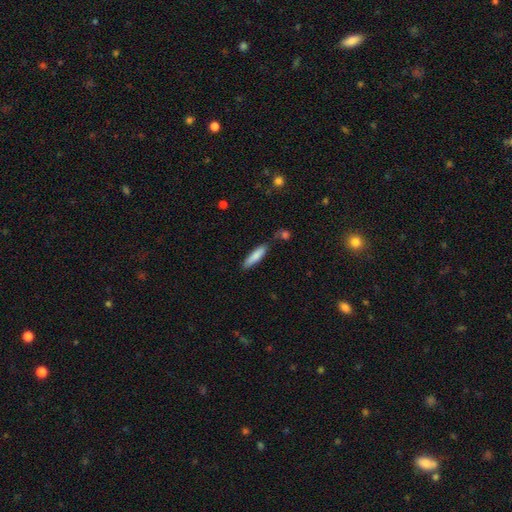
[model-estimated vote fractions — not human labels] Q: Smooth or featured?
A: smooth (81%); runner-up: featured or disk (13%)
Q: How rounded?
A: cigar-shaped (73%); runner-up: in between (25%)
Q: Merging?
A: none (74%); runner-up: minor disturbance (17%)